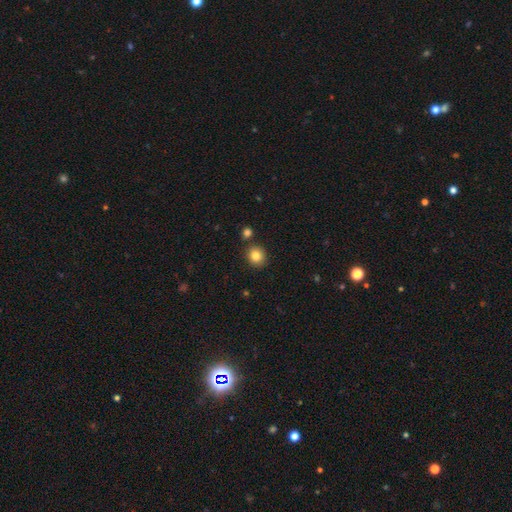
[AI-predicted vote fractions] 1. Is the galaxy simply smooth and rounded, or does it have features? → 84% smooth, 10% star or artifact, 6% featured or disk.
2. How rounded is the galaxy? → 83% round, 16% in between, 1% cigar-shaped.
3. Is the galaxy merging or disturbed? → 84% none, 8% minor disturbance, 6% merger, 2% major disturbance.